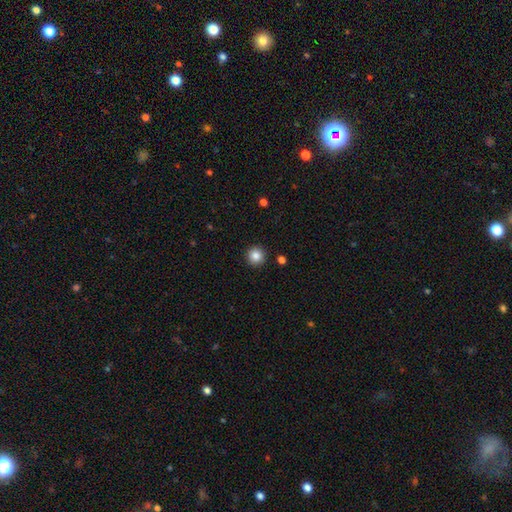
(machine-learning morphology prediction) The model was most divided on "smooth or featured": smooth: 85%, star or artifact: 10%, featured or disk: 5%. More confident: how rounded — round (95%); merging — none (92%).